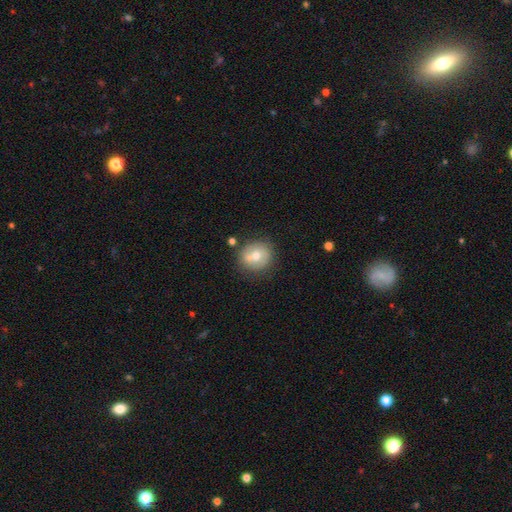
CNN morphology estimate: smooth-or-featured: smooth: 62% | featured or disk: 29% | star or artifact: 9%
  how-rounded: round: 85% | in between: 14% | cigar-shaped: 1%
  merging: none: 70% | minor disturbance: 15% | merger: 10% | major disturbance: 4%